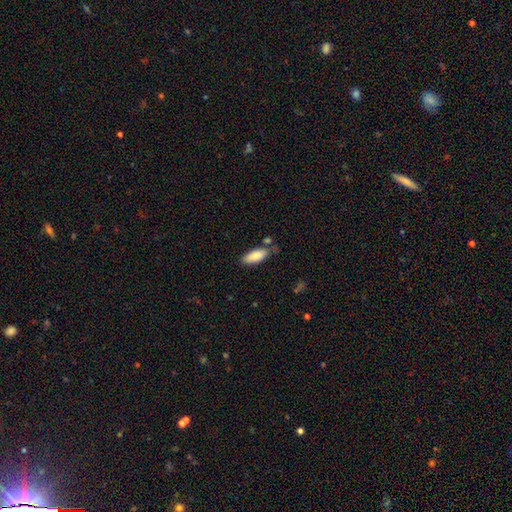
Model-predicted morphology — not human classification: Smooth or featured? Predicted: smooth (p=0.83). How rounded? Predicted: in between (p=0.83). Merging? Predicted: none (p=0.65).